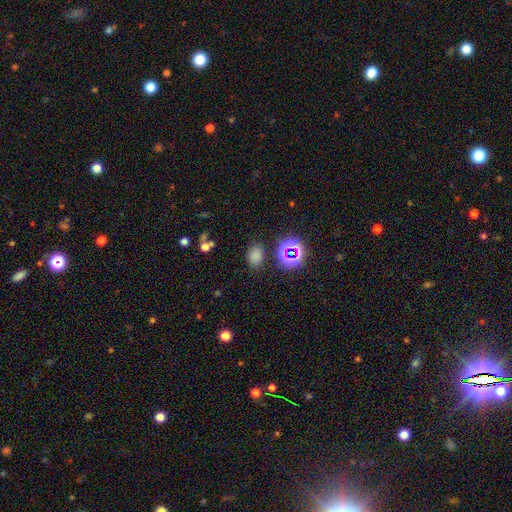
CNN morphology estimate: smooth 71%, star or artifact 23%, featured or disk 6%. Down the decision tree: how rounded — in between (75%); merging — none (80%).